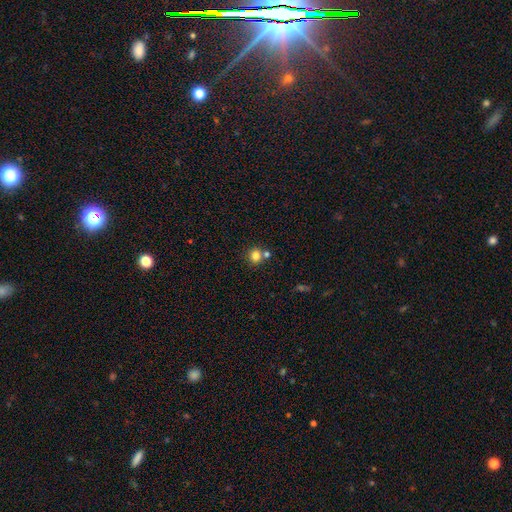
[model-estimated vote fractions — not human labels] Smooth or featured? smooth (81%)
How rounded? round (83%)
Merging? none (64%)